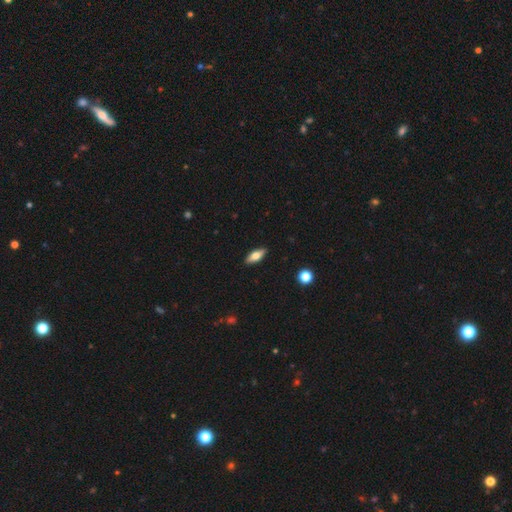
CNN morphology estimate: smooth 66%, featured or disk 27%, star or artifact 7%. Down the decision tree: how rounded — in between (72%); merging — none (90%).